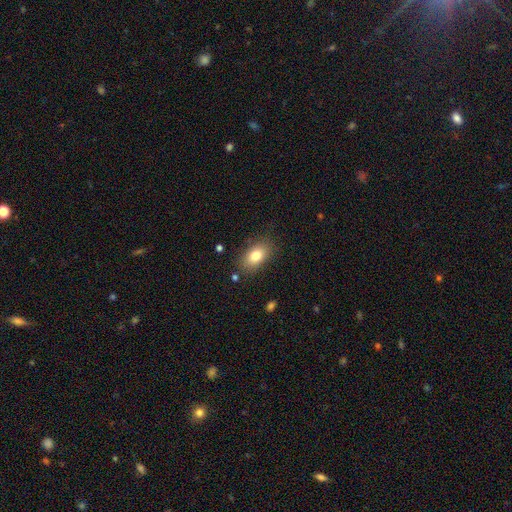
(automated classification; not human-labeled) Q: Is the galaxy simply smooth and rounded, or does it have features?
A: smooth — 81%.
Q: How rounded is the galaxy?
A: in between — 89%.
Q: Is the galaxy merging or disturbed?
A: none — 82%.